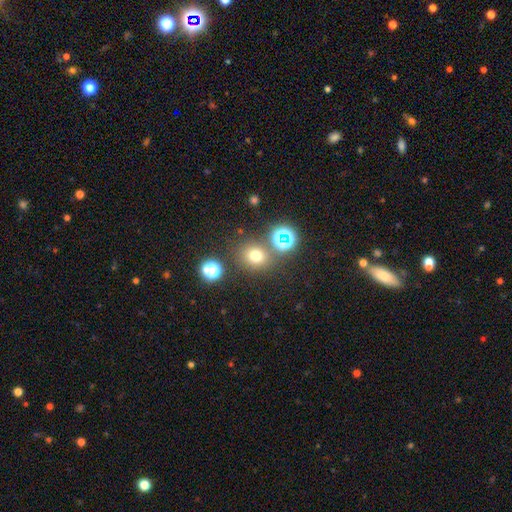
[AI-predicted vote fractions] smooth 67%, star or artifact 25%, featured or disk 8%. Down the decision tree: how rounded — round (80%); merging — none (77%).